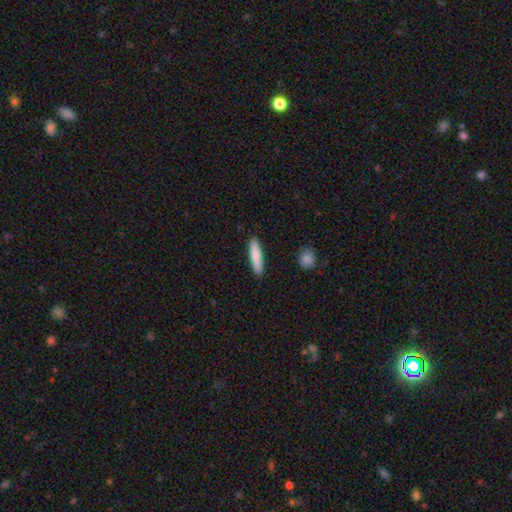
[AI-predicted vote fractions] This appears to be a smooth galaxy with no disk features (81%) that is cigar-shaped (83%). Merging: none (90%).